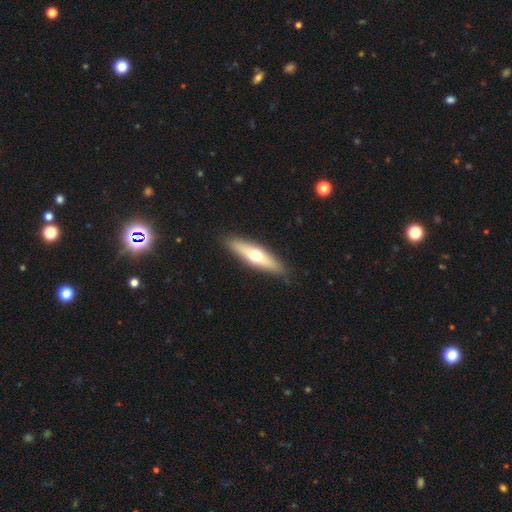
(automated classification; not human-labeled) A smooth galaxy with no disk features (48%). Merging: none (89%).